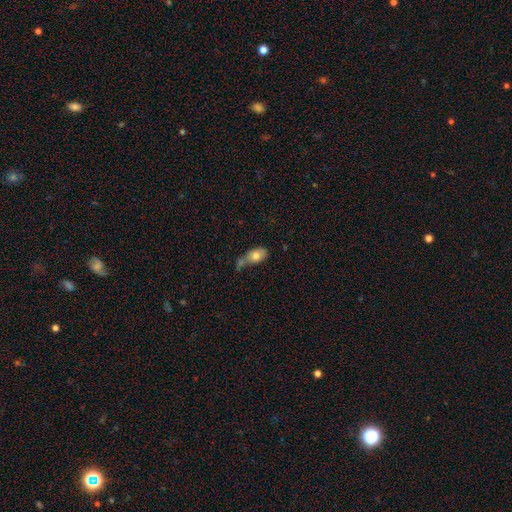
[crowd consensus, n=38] Smooth or featured: smooth — 87% (featured or disk — 11%)
How rounded: in between — 82% (round — 18%)
Merging: merger — 32% (none — 24%)